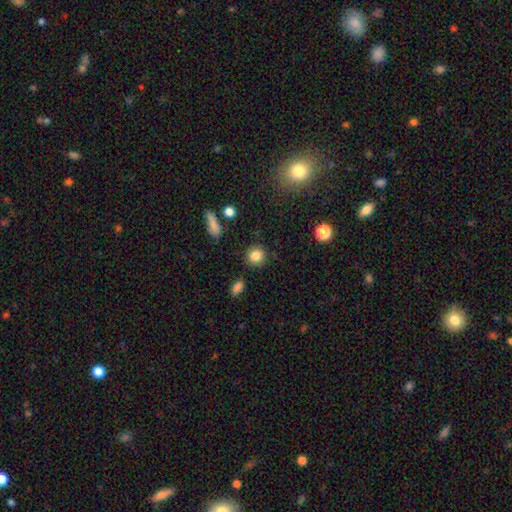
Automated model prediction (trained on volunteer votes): smooth 85%, star or artifact 10%, featured or disk 6%. Down the decision tree: how rounded — round (86%); merging — none (87%).